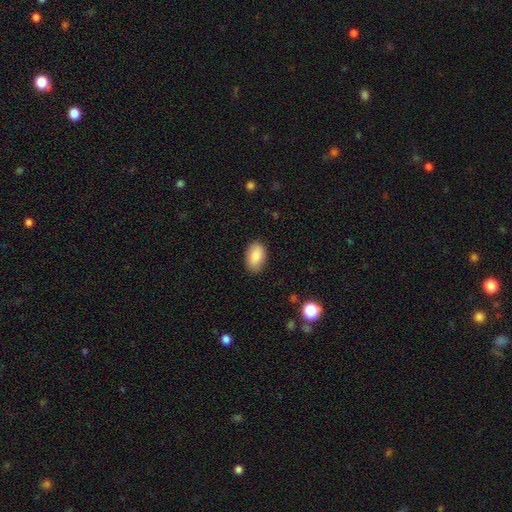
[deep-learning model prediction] Smooth or featured: smooth — 86% (featured or disk — 7%)
How rounded: in between — 92% (round — 7%)
Merging: none — 86% (minor disturbance — 11%)